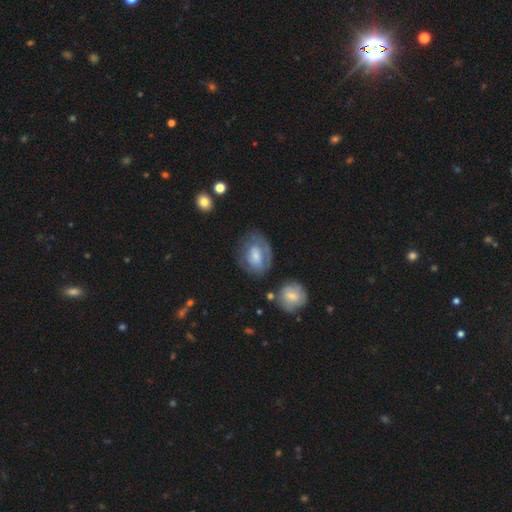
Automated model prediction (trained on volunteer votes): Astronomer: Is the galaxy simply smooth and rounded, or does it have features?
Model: smooth — 49% (runner-up: featured or disk, 44%).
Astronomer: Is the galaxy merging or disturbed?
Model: none — 60%.